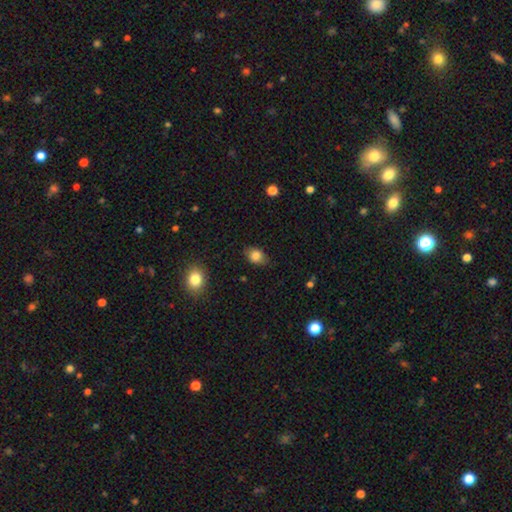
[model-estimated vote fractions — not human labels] Smooth or featured: smooth — 83% (star or artifact — 9%)
How rounded: in between — 70% (round — 28%)
Merging: none — 77% (minor disturbance — 18%)